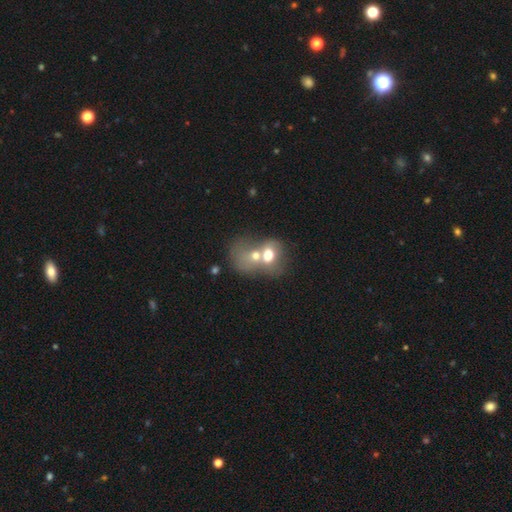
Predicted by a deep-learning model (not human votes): smooth 60%, featured or disk 30%, star or artifact 10%. Down the decision tree: how rounded — in between (51%); merging — merger (76%).